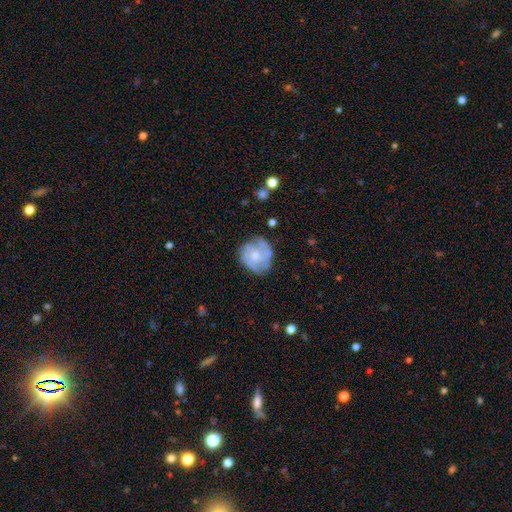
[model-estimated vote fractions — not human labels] featured or disk 61%, smooth 33%, star or artifact 6%. Down the decision tree: edge-on disk — no (98%); bar — no (80%); spiral arms — yes (69%); bulge size — moderate (53%); merging — none (69%).